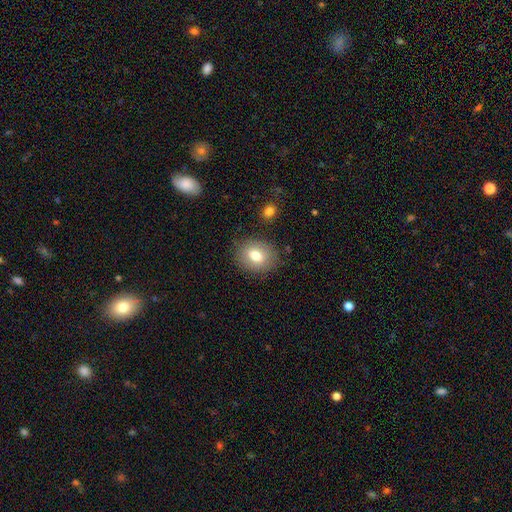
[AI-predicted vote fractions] smooth_or_featured: smooth (p=0.75) [alt: featured or disk p=0.16]
how_rounded: in between (p=0.54) [alt: round p=0.45]
merging: none (p=0.83) [alt: minor disturbance p=0.11]